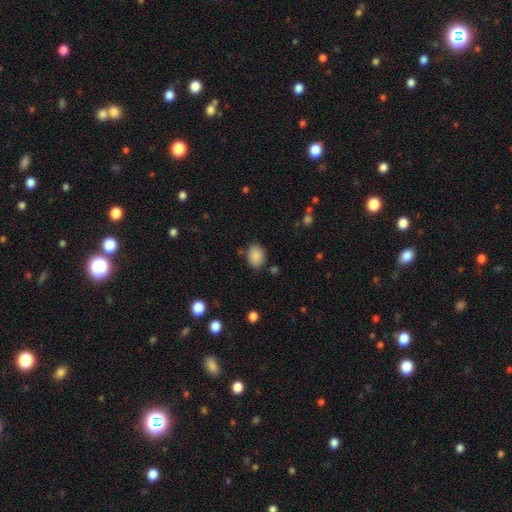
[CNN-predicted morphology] Smooth or featured?
  - smooth: 87% *
  - star or artifact: 8%
  - featured or disk: 4%
How rounded?
  - in between: 68% *
  - round: 31%
  - cigar-shaped: 1%
Merging?
  - none: 82% *
  - minor disturbance: 12%
  - major disturbance: 3%
  - merger: 2%